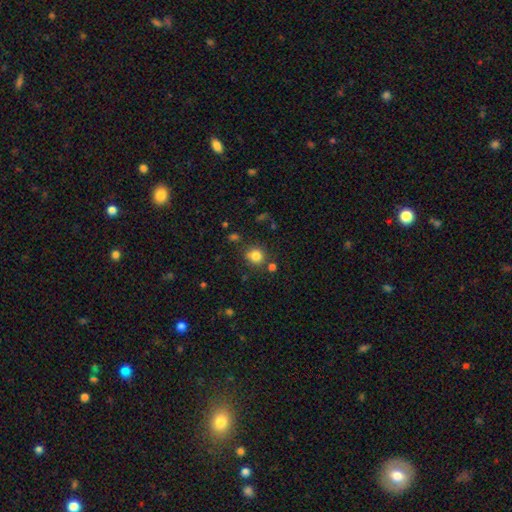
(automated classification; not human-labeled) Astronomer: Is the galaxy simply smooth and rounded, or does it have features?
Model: smooth — 82%.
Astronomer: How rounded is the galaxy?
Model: round — 88%.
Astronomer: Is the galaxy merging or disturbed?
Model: none — 77%.